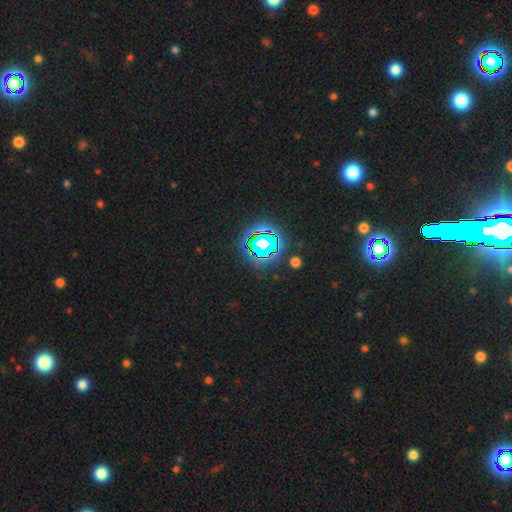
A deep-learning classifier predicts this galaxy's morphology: A star or artifact, not a galaxy (82%).